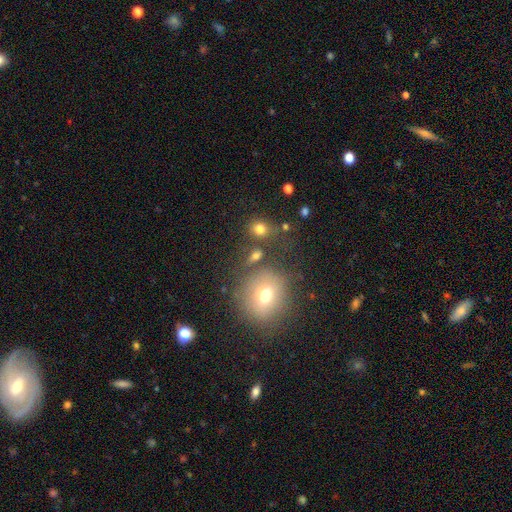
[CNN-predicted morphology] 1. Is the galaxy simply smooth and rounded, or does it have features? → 68% smooth, 19% star or artifact, 12% featured or disk.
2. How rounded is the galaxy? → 71% round, 27% in between, 2% cigar-shaped.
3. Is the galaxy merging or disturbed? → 65% none, 14% merger, 14% minor disturbance, 8% major disturbance.